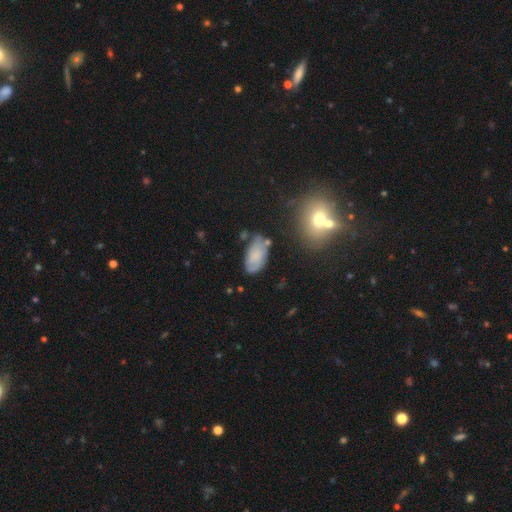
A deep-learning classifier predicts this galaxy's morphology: Smooth or featured? Predicted: smooth (p=0.53). How rounded? Predicted: in between (p=0.93). Merging? Predicted: none (p=0.61).